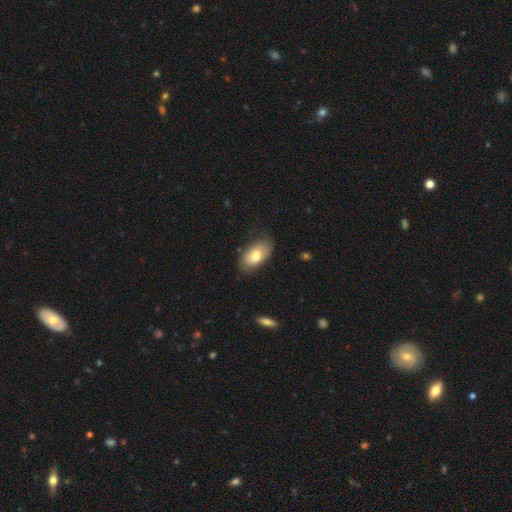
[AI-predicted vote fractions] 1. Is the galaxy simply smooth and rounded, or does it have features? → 75% smooth, 18% featured or disk, 7% star or artifact.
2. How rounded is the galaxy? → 92% in between, 6% round, 2% cigar-shaped.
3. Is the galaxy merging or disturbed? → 78% none, 17% minor disturbance, 4% major disturbance, 1% merger.